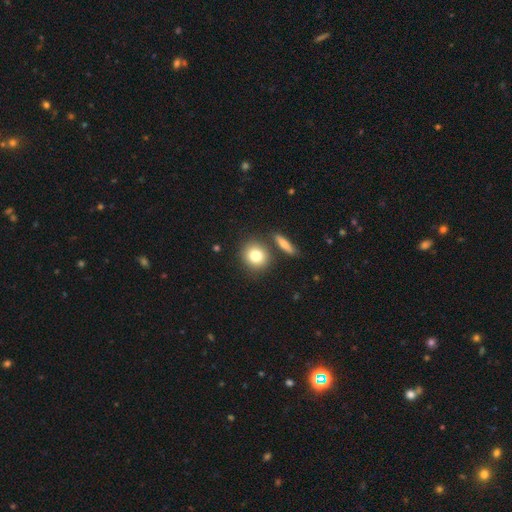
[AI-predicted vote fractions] smooth_or_featured: smooth (p=0.80) [alt: featured or disk p=0.11]
how_rounded: round (p=0.81) [alt: in between p=0.17]
merging: none (p=0.74) [alt: merger p=0.14]